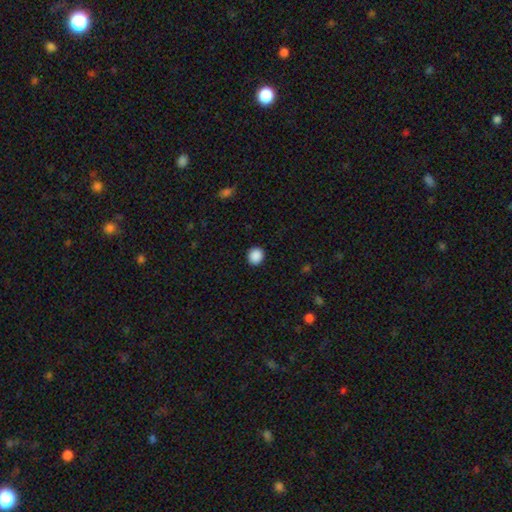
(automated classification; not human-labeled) smooth_or_featured: smooth (p=0.89) [alt: star or artifact p=0.09]
how_rounded: round (p=0.86) [alt: in between p=0.13]
merging: none (p=0.92) [alt: minor disturbance p=0.05]